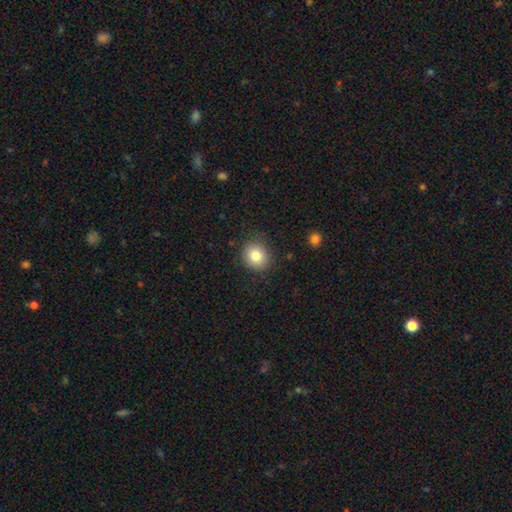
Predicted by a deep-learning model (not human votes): Morphology: type=smooth (81%); roundness=round (78%); merging=none (86%).